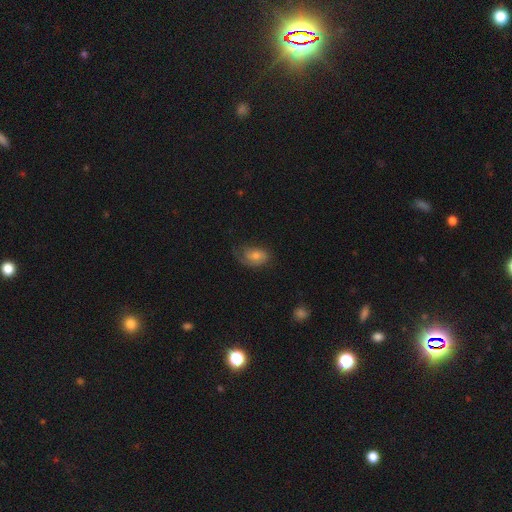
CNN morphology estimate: Smooth or featured? featured or disk (49%)
Merging? none (54%)